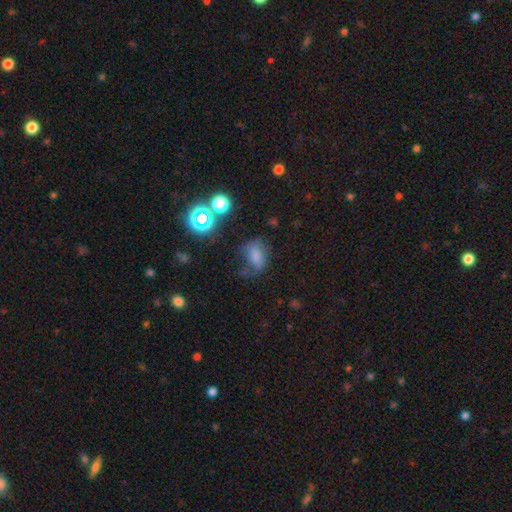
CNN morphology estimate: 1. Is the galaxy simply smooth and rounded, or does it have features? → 64% smooth, 20% star or artifact, 17% featured or disk.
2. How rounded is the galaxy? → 75% in between, 20% round, 4% cigar-shaped.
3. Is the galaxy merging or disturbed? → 43% none, 28% minor disturbance, 23% major disturbance, 6% merger.